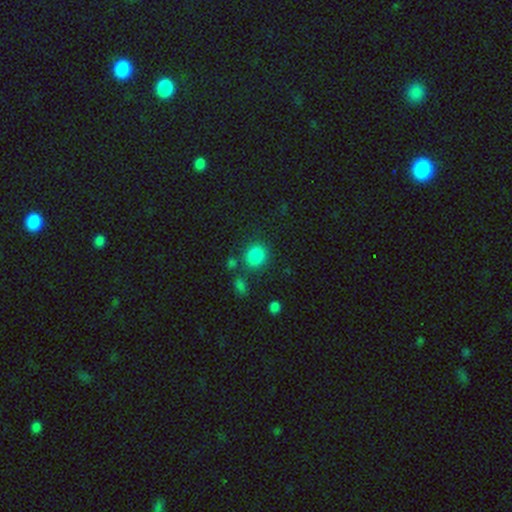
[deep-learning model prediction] Q: Smooth or featured?
A: smooth (84%); runner-up: star or artifact (11%)
Q: How rounded?
A: round (74%); runner-up: in between (25%)
Q: Merging?
A: none (75%); runner-up: minor disturbance (11%)